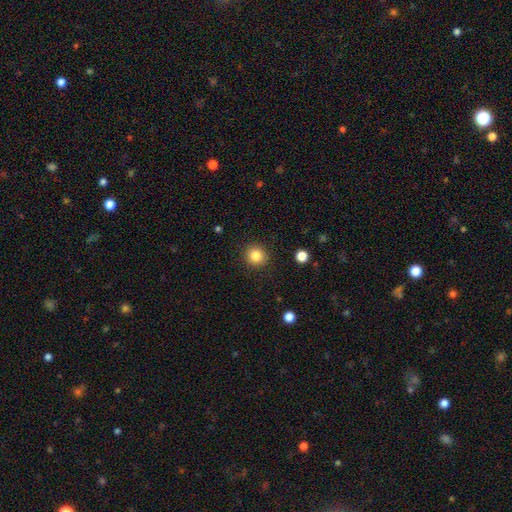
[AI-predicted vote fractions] Morphology: type=smooth (84%); roundness=round (91%); merging=none (91%).